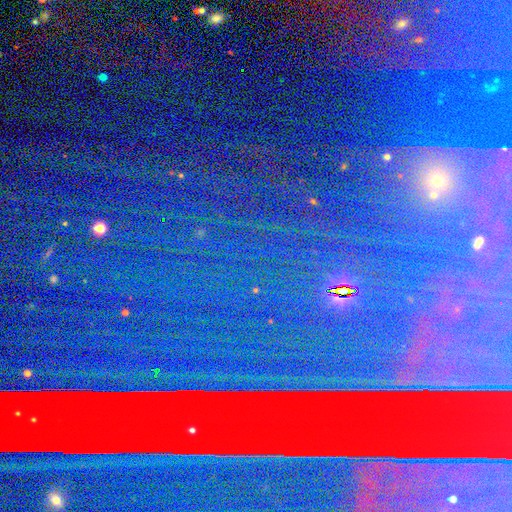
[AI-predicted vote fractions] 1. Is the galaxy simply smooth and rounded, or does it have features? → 76% star or artifact, 14% smooth, 10% featured or disk.